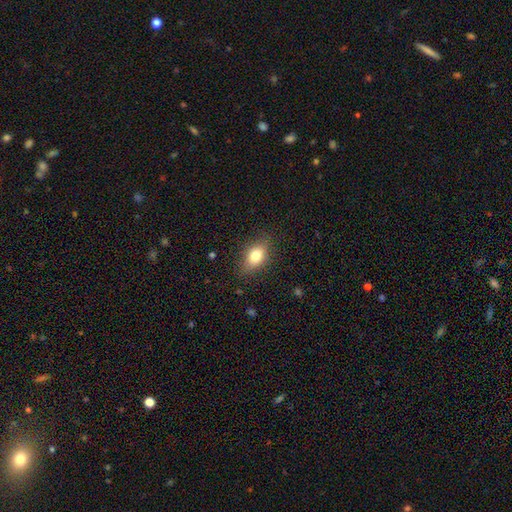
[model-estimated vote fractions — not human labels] Smooth or featured: smooth — 78% (featured or disk — 13%)
How rounded: in between — 81% (round — 15%)
Merging: none — 82% (minor disturbance — 13%)